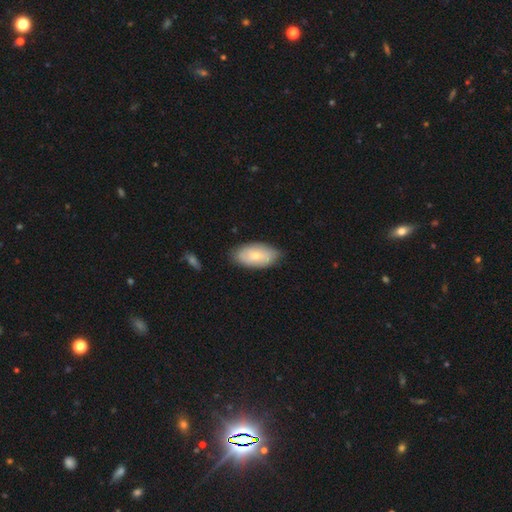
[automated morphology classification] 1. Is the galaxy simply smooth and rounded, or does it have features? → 72% smooth, 22% featured or disk, 6% star or artifact.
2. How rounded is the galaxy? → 94% in between, 3% round, 2% cigar-shaped.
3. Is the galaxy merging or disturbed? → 80% none, 16% minor disturbance, 3% major disturbance, 1% merger.